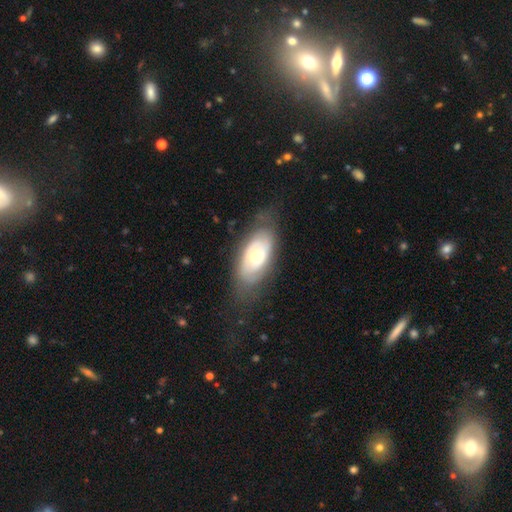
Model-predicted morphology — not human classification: smooth-or-featured: featured or disk: 54% | smooth: 39% | star or artifact: 6%
  disk-edge-on: no: 88% | yes: 12%
  merging: none: 68% | minor disturbance: 20% | major disturbance: 10% | merger: 1%